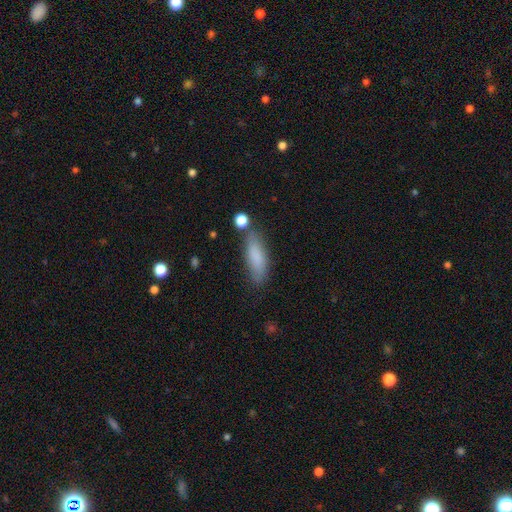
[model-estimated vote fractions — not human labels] smooth 81%, featured or disk 11%, star or artifact 8%. Down the decision tree: how rounded — in between (50%); merging — none (73%).